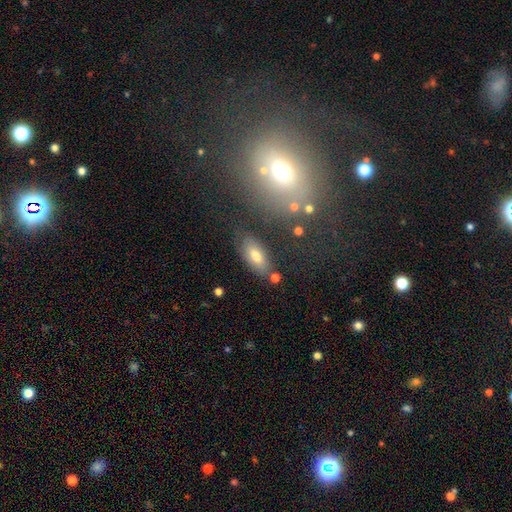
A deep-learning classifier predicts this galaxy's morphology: This appears to be a smooth galaxy with no disk features (72%) that is in between round and cigar-shaped (86%). Merging: none (75%).